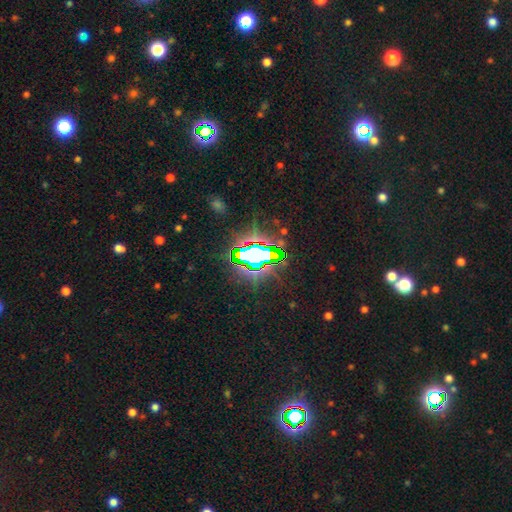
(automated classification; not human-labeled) Morphology: type=star or artifact (76%).